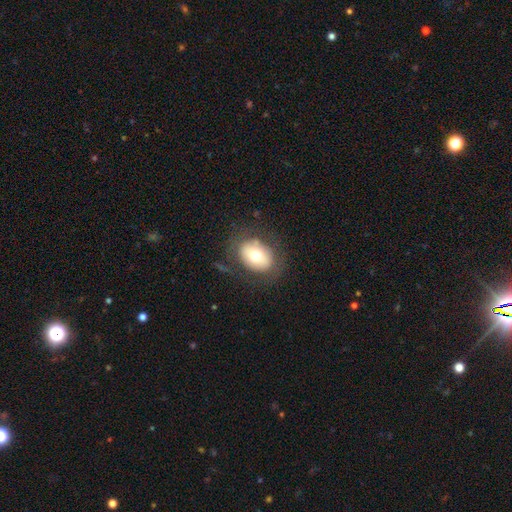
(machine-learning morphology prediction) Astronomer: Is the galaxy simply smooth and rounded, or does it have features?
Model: smooth — 65%.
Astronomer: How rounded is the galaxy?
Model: in between — 66%.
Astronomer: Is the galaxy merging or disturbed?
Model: none — 72%.